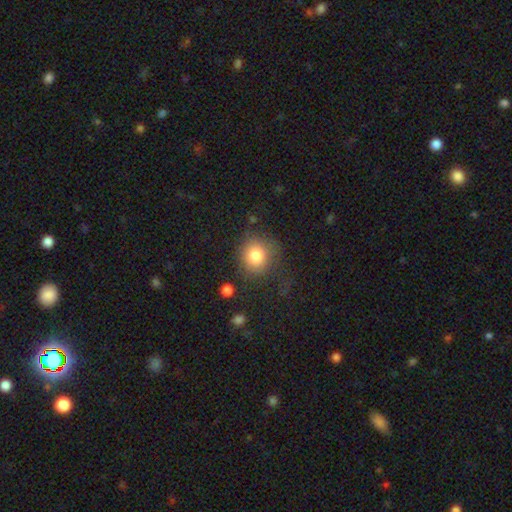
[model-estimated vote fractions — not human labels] Smooth or featured: smooth — 82% (star or artifact — 10%)
How rounded: round — 84% (in between — 15%)
Merging: none — 69% (minor disturbance — 17%)